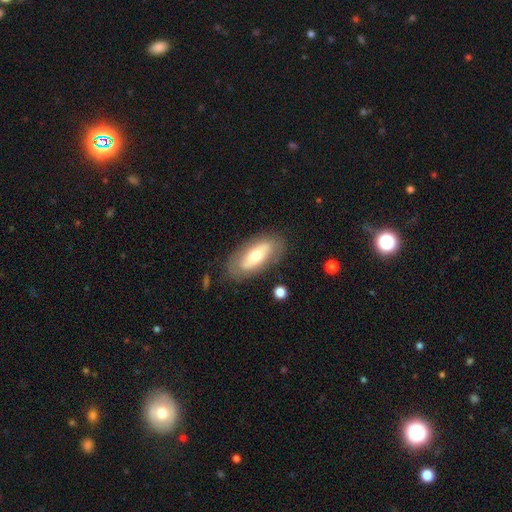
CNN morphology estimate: Overall: smooth (48%; featured or disk 46%). Merging: none (79%).